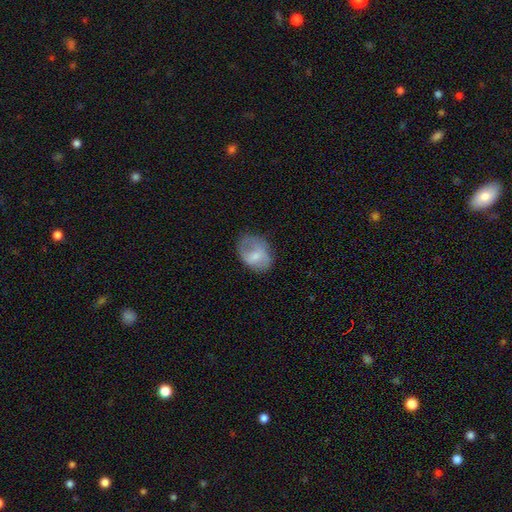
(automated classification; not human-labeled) A smooth galaxy with no disk features (62%) that is in between round and cigar-shaped (69%). Merging: none (55%).